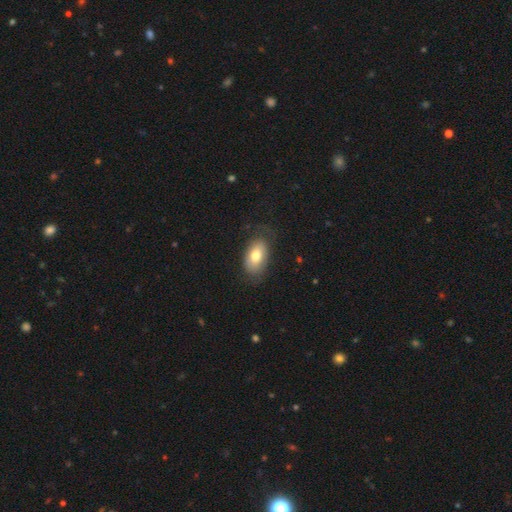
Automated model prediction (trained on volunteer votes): smooth 72%, featured or disk 20%, star or artifact 7%. Down the decision tree: how rounded — in between (91%); merging — none (71%).